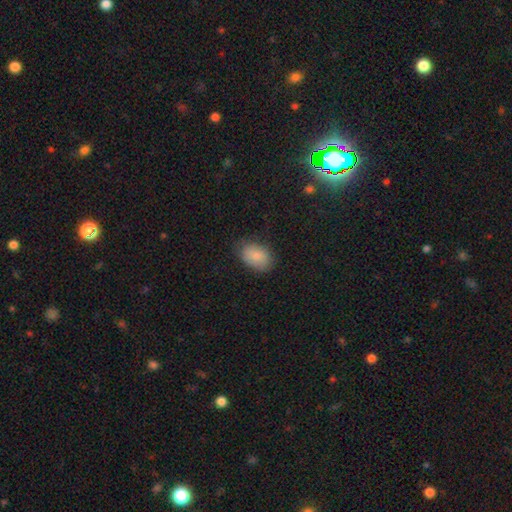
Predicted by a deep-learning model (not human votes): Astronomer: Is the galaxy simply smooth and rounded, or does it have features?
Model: smooth — 84%.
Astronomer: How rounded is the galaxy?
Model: in between — 83%.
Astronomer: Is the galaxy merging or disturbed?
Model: none — 74%.